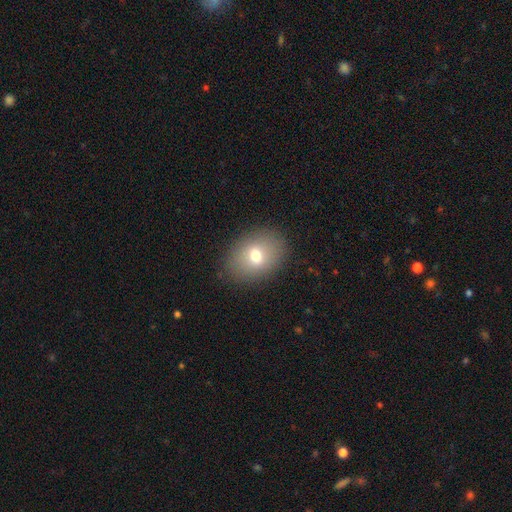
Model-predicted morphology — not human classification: Smooth or featured: smooth — 72% (featured or disk — 17%)
How rounded: in between — 71% (round — 28%)
Merging: none — 86% (minor disturbance — 9%)